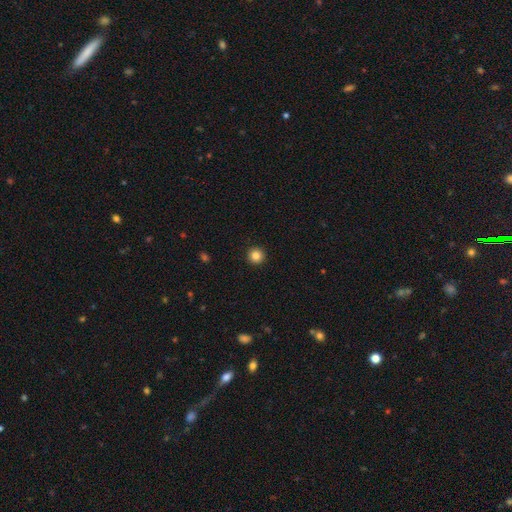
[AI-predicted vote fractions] smooth 84%, star or artifact 11%, featured or disk 5%. Down the decision tree: how rounded — round (96%); merging — none (94%).